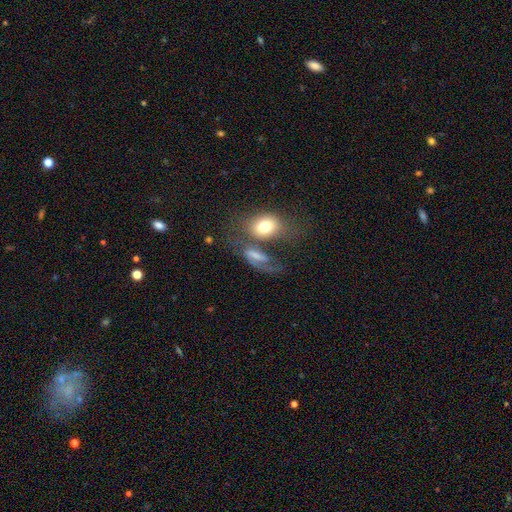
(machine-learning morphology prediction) smooth_or_featured: smooth (p=0.48) [alt: featured or disk p=0.41]
merging: none (p=0.33) [alt: merger p=0.30]